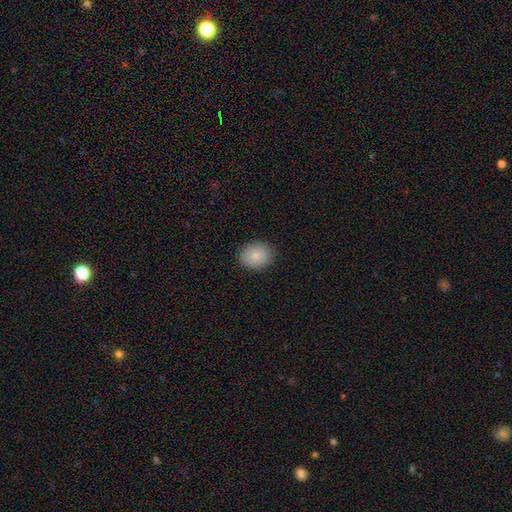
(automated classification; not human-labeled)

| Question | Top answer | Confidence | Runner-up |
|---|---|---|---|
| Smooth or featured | smooth | 86% | star or artifact (7%) |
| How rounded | round | 55% | in between (44%) |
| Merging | none | 88% | minor disturbance (9%) |